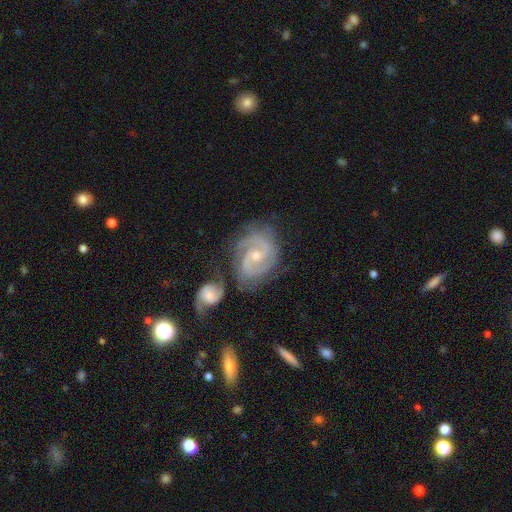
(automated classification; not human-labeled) Smooth or featured?
  - featured or disk: 91% *
  - star or artifact: 5%
  - smooth: 5%
Edge-on disk?
  - no: 98% *
  - yes: 2%
Bar?
  - no: 49% *
  - weak: 40%
  - strong: 11%
Spiral arms?
  - yes: 98% *
  - no: 2%
Spiral winding?
  - tight: 48% *
  - medium: 44%
  - loose: 8%
Spiral arm count?
  - 2: 79% *
  - 3: 10%
  - can't tell: 5%
  - 1: 2%
  - 4: 2%
  - more than 4: 2%
Bulge size?
  - small: 52% *
  - moderate: 45%
  - none: 1%
  - large: 1%
  - dominant: 1%
Merging?
  - none: 62% *
  - minor disturbance: 19%
  - merger: 12%
  - major disturbance: 7%